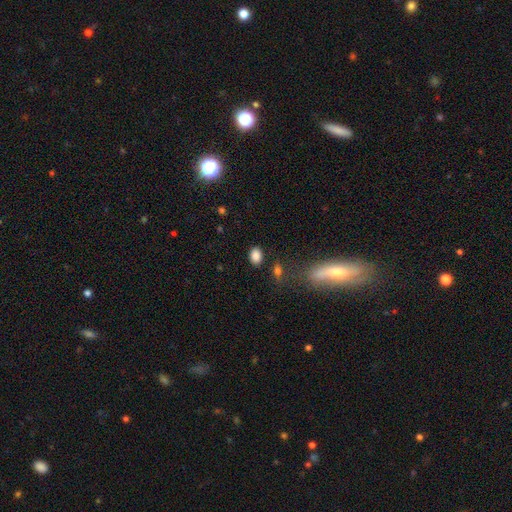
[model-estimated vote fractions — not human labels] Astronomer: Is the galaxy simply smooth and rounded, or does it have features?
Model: smooth — 85%.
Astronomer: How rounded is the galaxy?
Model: in between — 78%.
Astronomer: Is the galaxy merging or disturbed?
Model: none — 83%.